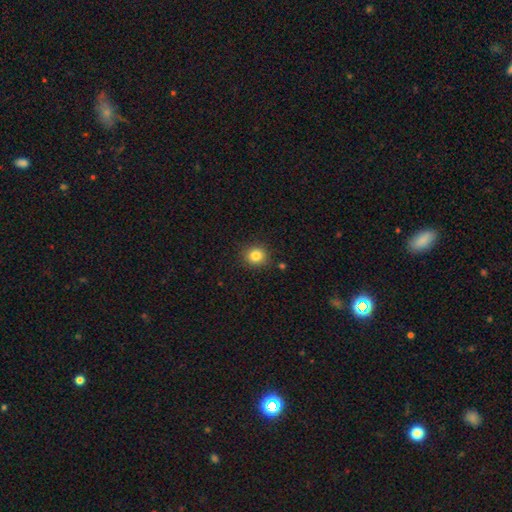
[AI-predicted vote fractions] This appears to be a smooth galaxy with no disk features (83%) that is round (85%). Merging: none (88%).